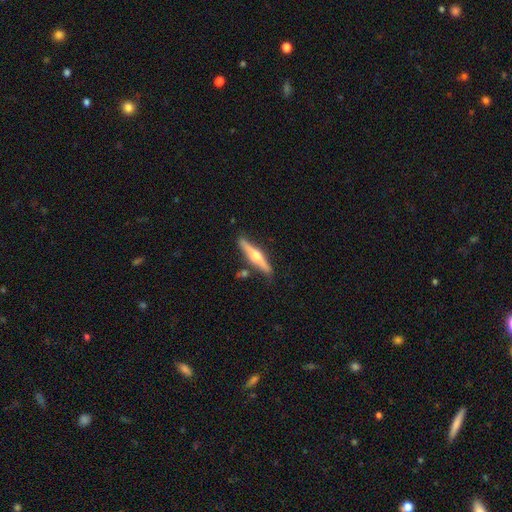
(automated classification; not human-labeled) smooth-or-featured: featured or disk: 68% | smooth: 27% | star or artifact: 5%
  disk-edge-on: yes: 97% | no: 3%
    edge-on-bulge: rounded: 93% | boxy: 4% | none: 3%
  merging: none: 83% | minor disturbance: 10% | merger: 4% | major disturbance: 2%